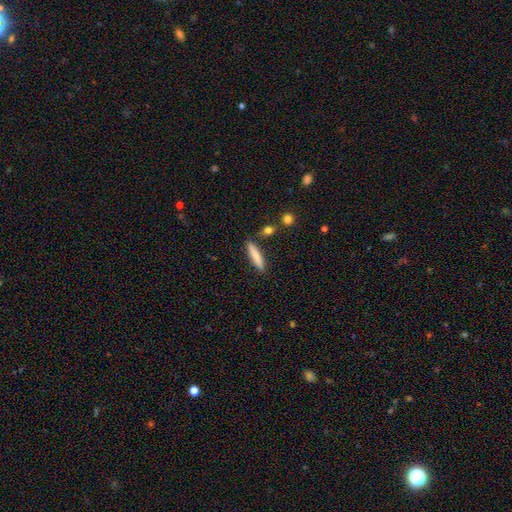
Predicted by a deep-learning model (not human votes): Smooth or featured: smooth — 81% (featured or disk — 13%)
How rounded: cigar-shaped — 87% (in between — 11%)
Merging: none — 84% (minor disturbance — 10%)